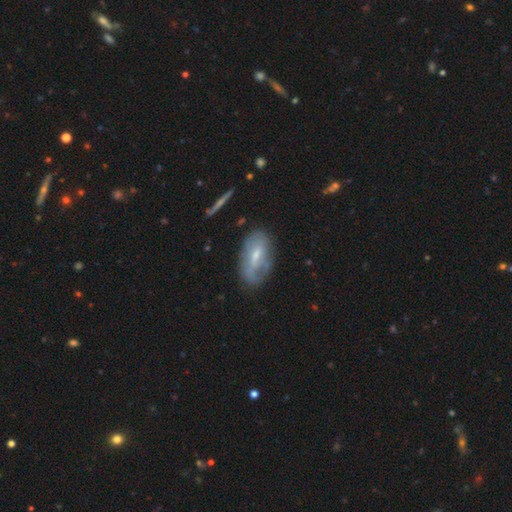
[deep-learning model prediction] Overall: featured or disk (49%; smooth 44%). Merging: none (61%; minor disturbance 26%).